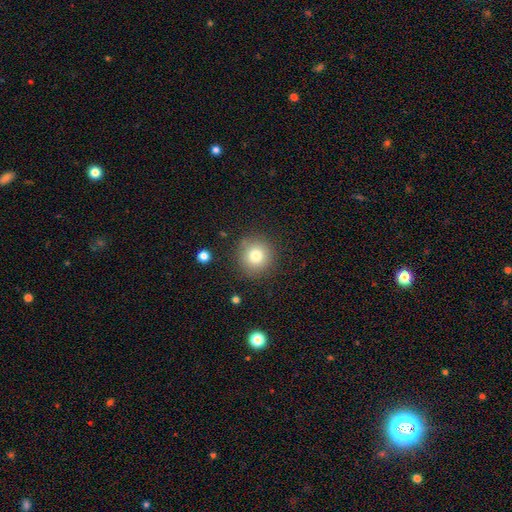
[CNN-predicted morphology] Smooth or featured? smooth (79%)
How rounded? round (91%)
Merging? none (86%)